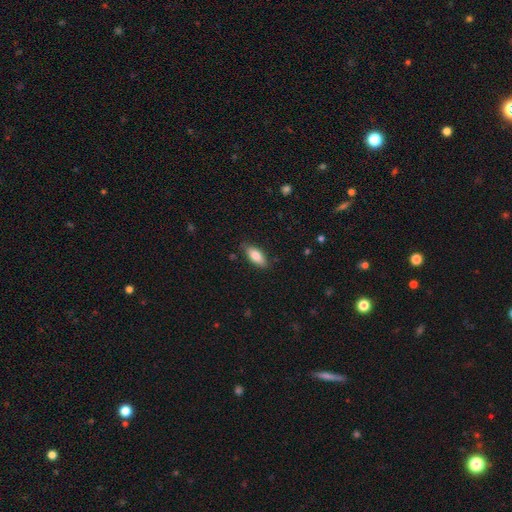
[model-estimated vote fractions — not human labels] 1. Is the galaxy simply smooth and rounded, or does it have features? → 81% smooth, 13% featured or disk, 7% star or artifact.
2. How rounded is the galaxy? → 82% in between, 16% cigar-shaped, 2% round.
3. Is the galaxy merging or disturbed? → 82% none, 14% minor disturbance, 3% major disturbance, 1% merger.